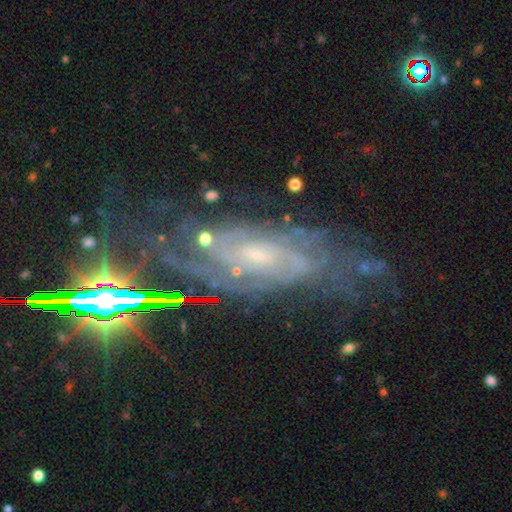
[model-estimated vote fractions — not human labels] This appears to be a featured or disk galaxy (72%) with no bar (58%), tight (60%) spiral arms (89%) and a small central bulge (67%). Merging: none (66%).